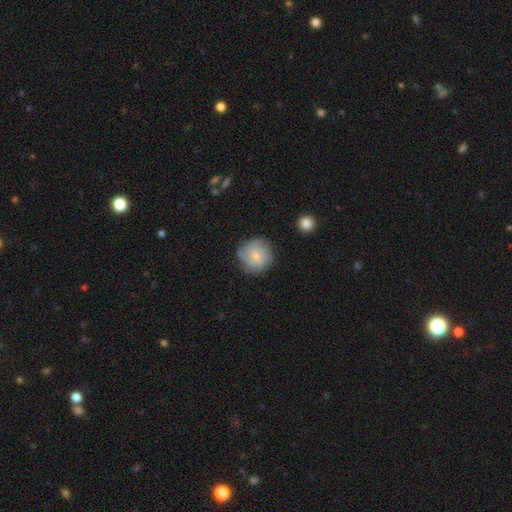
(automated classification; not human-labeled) Overall: smooth (51%; featured or disk 42%). How rounded: round (89%). Merging: none (69%).